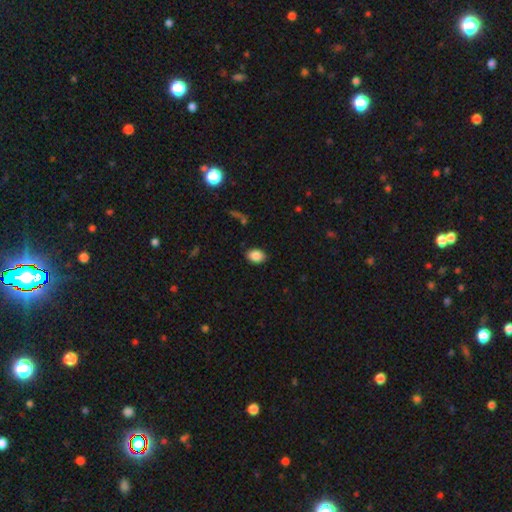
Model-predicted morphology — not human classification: smooth_or_featured: smooth (p=0.87) [alt: star or artifact p=0.08]
how_rounded: in between (p=0.71) [alt: round p=0.28]
merging: none (p=0.85) [alt: minor disturbance p=0.11]